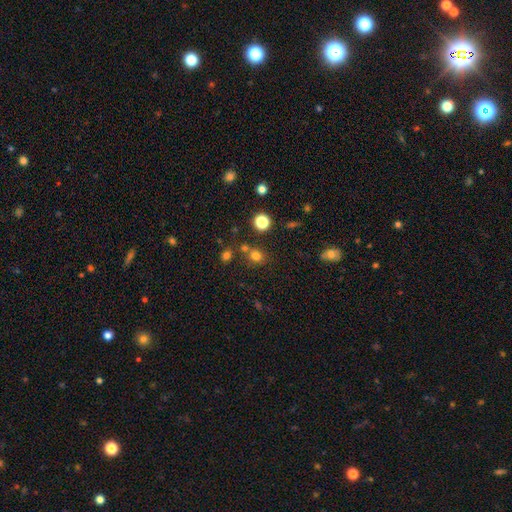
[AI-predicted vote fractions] Smooth or featured? Predicted: smooth (p=0.74). How rounded? Predicted: round (p=0.78). Merging? Predicted: none (p=0.70).